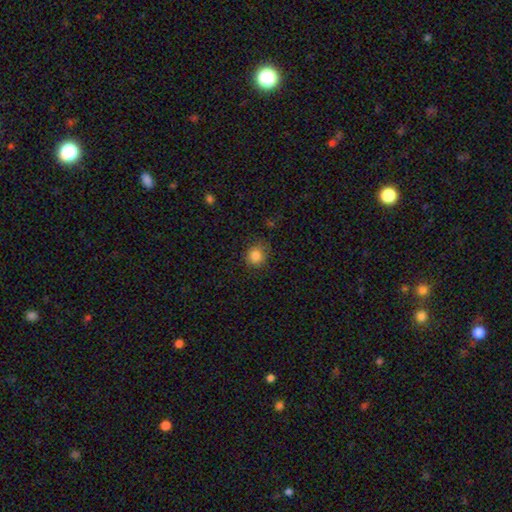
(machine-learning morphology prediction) smooth 84%, star or artifact 12%, featured or disk 5%. Down the decision tree: how rounded — round (85%); merging — none (80%).